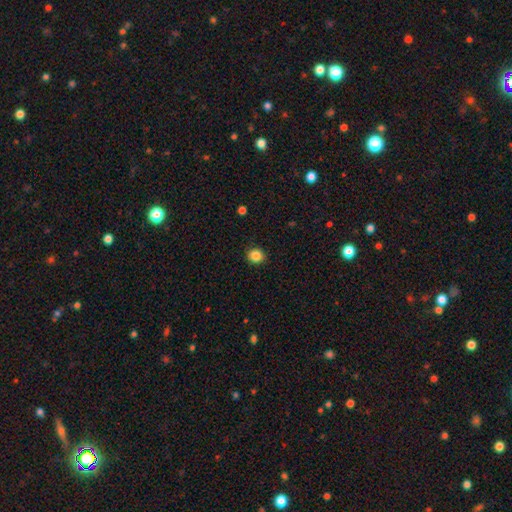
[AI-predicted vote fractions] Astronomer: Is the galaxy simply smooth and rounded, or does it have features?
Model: smooth — 85%.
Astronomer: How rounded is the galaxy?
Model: round — 88%.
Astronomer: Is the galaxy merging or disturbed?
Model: none — 91%.